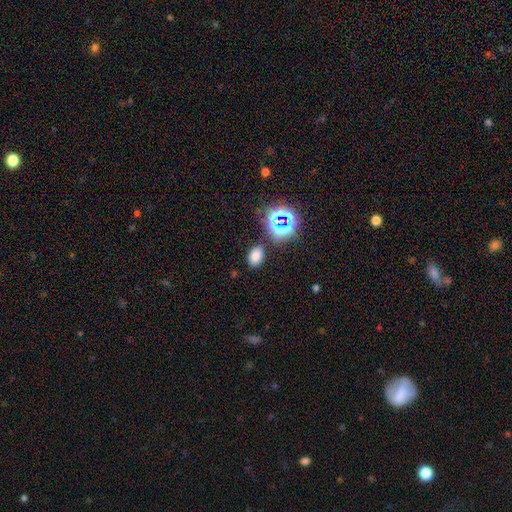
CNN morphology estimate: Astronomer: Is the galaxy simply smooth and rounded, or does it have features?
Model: smooth — 72%.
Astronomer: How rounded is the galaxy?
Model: in between — 82%.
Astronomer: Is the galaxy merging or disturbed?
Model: none — 82%.